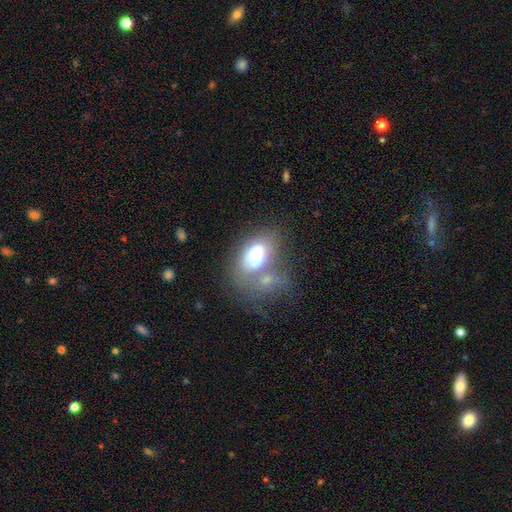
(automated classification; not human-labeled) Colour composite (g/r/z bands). It shows a smooth galaxy with no disk features (69%) that is in between round and cigar-shaped (87%). Merging: merger (38%).